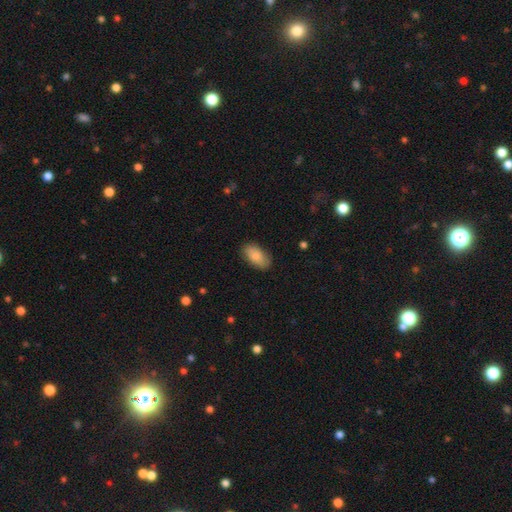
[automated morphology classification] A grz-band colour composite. It shows a smooth galaxy with no disk features (86%) that is in between round and cigar-shaped (94%). Merging: none (83%).